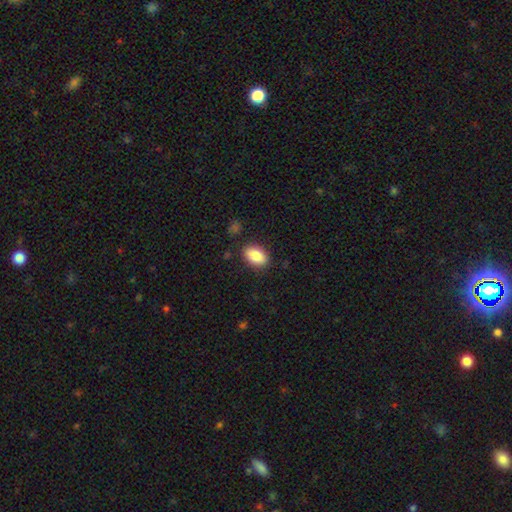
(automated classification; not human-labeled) Smooth or featured? smooth (87%)
How rounded? in between (90%)
Merging? none (85%)